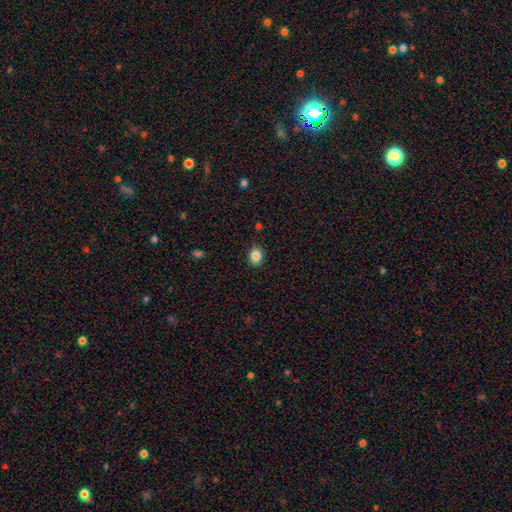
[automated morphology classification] Smooth or featured: smooth — 85% (star or artifact — 10%)
How rounded: in between — 53% (round — 46%)
Merging: none — 88% (minor disturbance — 9%)